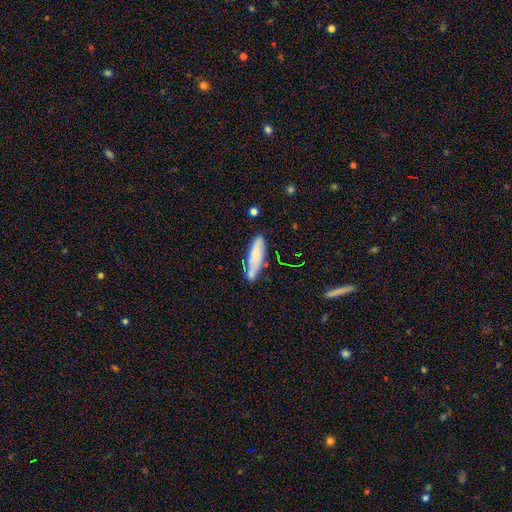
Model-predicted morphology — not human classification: smooth-or-featured: smooth: 65% | featured or disk: 28% | star or artifact: 7%
  how-rounded: cigar-shaped: 65% | in between: 33% | round: 2%
  merging: none: 67% | minor disturbance: 21% | merger: 7% | major disturbance: 4%